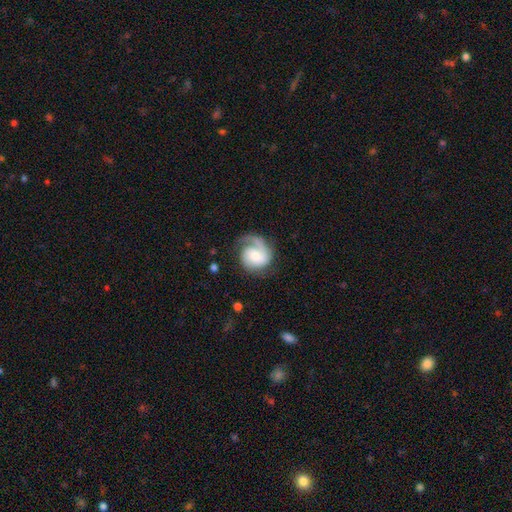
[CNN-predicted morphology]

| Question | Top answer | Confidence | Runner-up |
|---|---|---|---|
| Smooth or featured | featured or disk | 75% | smooth (19%) |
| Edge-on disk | no | 98% | yes (2%) |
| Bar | no | 63% | weak (31%) |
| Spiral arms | yes | 95% | no (5%) |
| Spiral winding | tight | 43% | medium (39%) |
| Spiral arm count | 1 | 65% | 2 (26%) |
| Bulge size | moderate | 36% | small (34%) |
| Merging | none | 60% | minor disturbance (20%) |